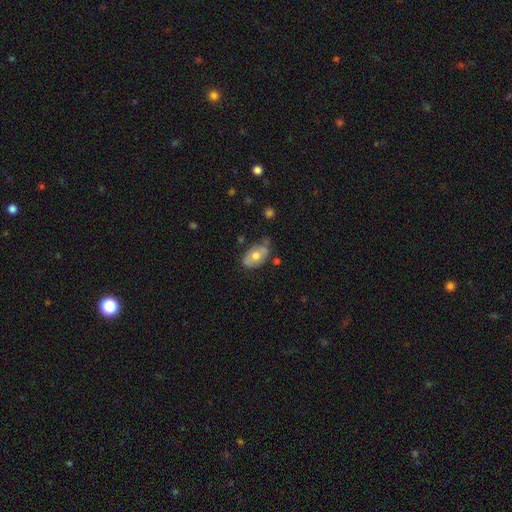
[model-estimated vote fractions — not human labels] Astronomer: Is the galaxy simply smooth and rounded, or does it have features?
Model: smooth — 58% (runner-up: featured or disk, 35%).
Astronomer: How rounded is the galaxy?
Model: in between — 89%.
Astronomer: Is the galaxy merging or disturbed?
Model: none — 53% (runner-up: minor disturbance, 34%).